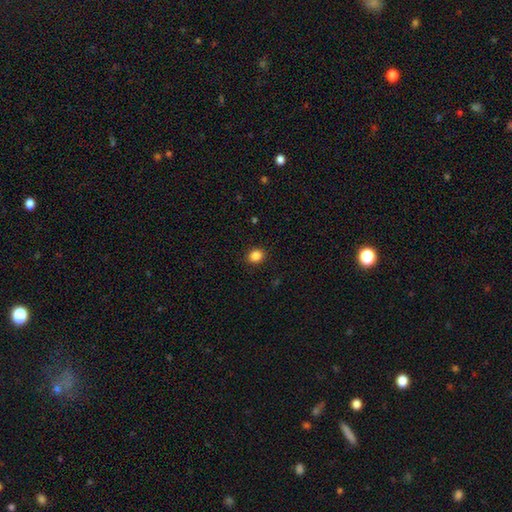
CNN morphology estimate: The model was most divided on "how rounded": round: 63%, in between: 36%, cigar-shaped: 1%. More confident: merging — none (90%); smooth or featured — smooth (86%).